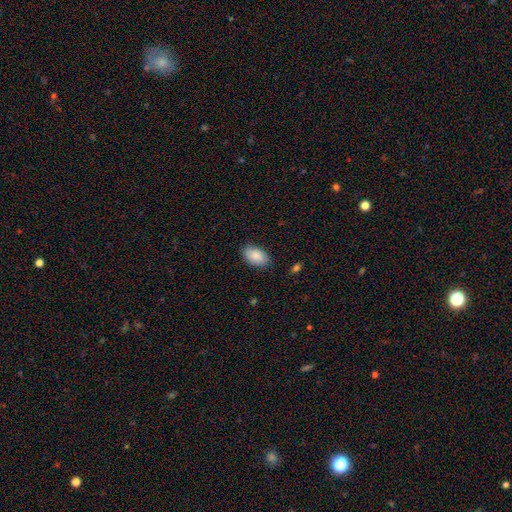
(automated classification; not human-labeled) smooth 89%, star or artifact 6%, featured or disk 5%. Down the decision tree: how rounded — in between (93%); merging — none (84%).